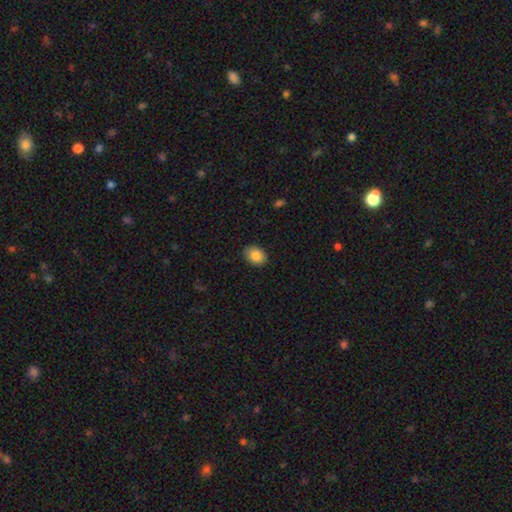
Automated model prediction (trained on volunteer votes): This is clearly a smooth galaxy (86%). How rounded: likely in between (65%). Merging: clearly none (88%).